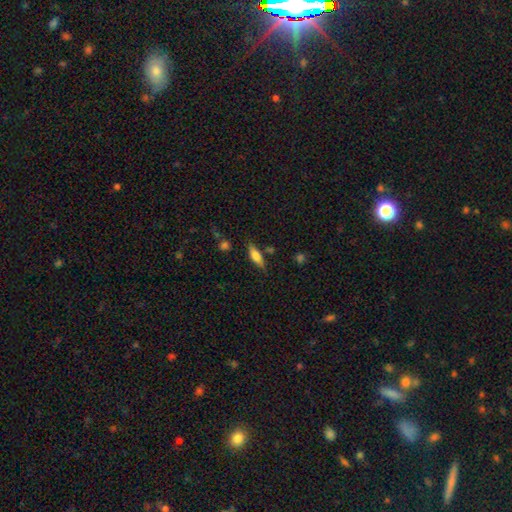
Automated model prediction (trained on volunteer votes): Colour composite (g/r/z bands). It shows a smooth galaxy with no disk features (64%) that is in between round and cigar-shaped (54%). Merging: none (76%).